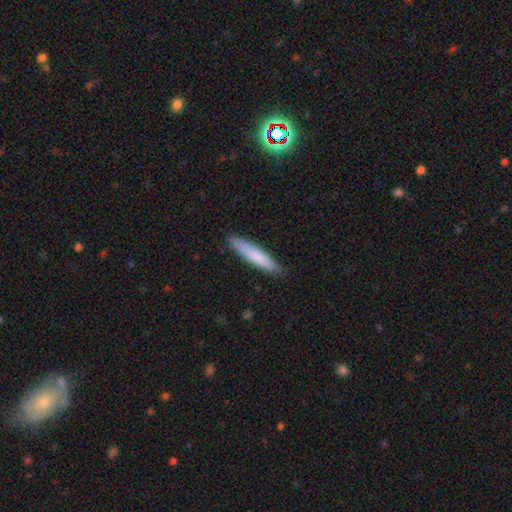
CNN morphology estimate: Q: Smooth or featured?
A: smooth (79%); runner-up: featured or disk (16%)
Q: How rounded?
A: cigar-shaped (91%); runner-up: in between (8%)
Q: Merging?
A: none (89%); runner-up: minor disturbance (9%)